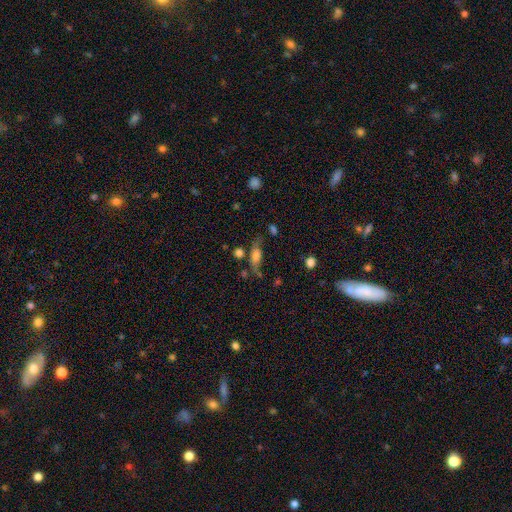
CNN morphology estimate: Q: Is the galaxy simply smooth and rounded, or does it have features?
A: smooth — 62%.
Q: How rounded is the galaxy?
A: in between — 66%.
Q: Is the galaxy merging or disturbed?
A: none — 53%.